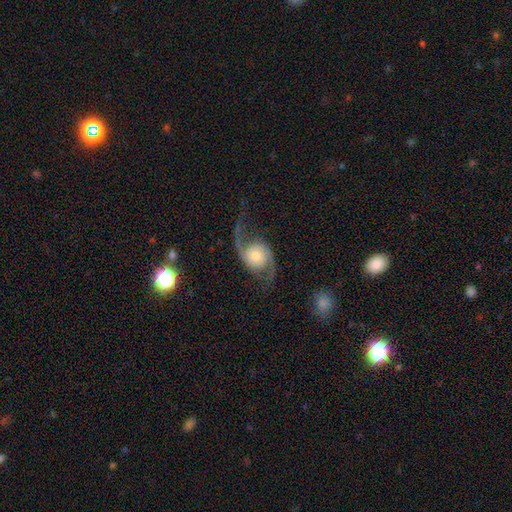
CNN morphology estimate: A featured or disk galaxy (88%) with no bar (73%), 2 (93%) loose (62%) spiral arms (97%) and a moderate central bulge (53%).

Vote fractions:
- Smooth or featured? featured or disk: 88% / smooth: 7% / star or artifact: 5%
- Edge-on disk? no: 97% / yes: 3%
- Bar? no: 73% / weak: 22% / strong: 6%
- Spiral arms? yes: 97% / no: 3%
- Spiral winding? loose: 62% / medium: 30% / tight: 7%
- Spiral arm count? 2: 93% / 1: 2% / can't tell: 1% / 3: 1% / 4: 1% / more than 4: 1%
- Bulge size? moderate: 53% / small: 31% / large: 11% / dominant: 3% / none: 2%
- Merging? none: 68% / minor disturbance: 15% / major disturbance: 15% / merger: 2%